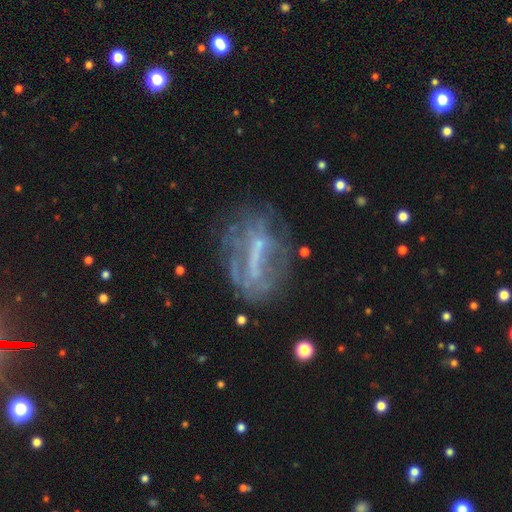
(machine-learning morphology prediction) Smooth or featured?
  - featured or disk: 59% *
  - smooth: 21%
  - star or artifact: 19%
Edge-on disk?
  - no: 78% *
  - yes: 22%
Merging?
  - none: 62% *
  - minor disturbance: 19%
  - major disturbance: 15%
  - merger: 3%